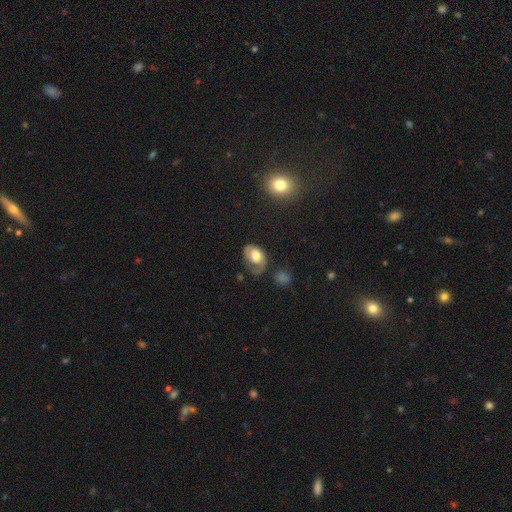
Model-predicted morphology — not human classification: smooth-or-featured: featured or disk: 51% | smooth: 42% | star or artifact: 7%
  disk-edge-on: no: 96% | yes: 4%
  merging: none: 38% | major disturbance: 30% | minor disturbance: 28% | merger: 4%